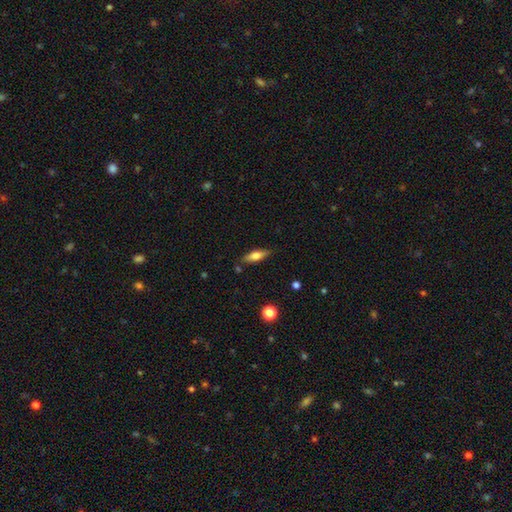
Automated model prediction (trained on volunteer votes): Smooth or featured?
  - smooth: 62% *
  - featured or disk: 31%
  - star or artifact: 7%
How rounded?
  - in between: 52% *
  - cigar-shaped: 46%
  - round: 3%
Merging?
  - none: 83% *
  - minor disturbance: 12%
  - major disturbance: 3%
  - merger: 3%